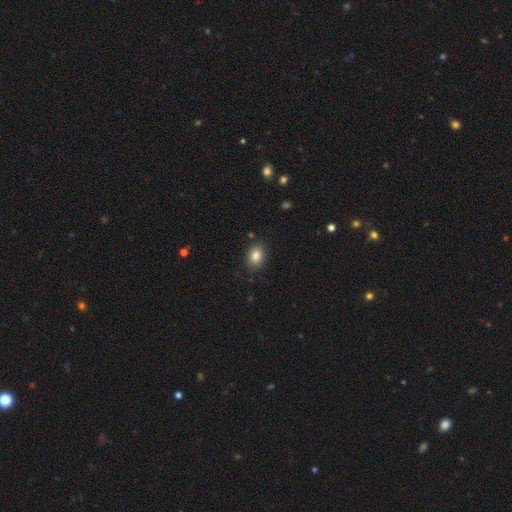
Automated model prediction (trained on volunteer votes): smooth_or_featured: smooth (p=0.85) [alt: star or artifact p=0.09]
how_rounded: in between (p=0.73) [alt: round p=0.26]
merging: none (p=0.85) [alt: minor disturbance p=0.11]